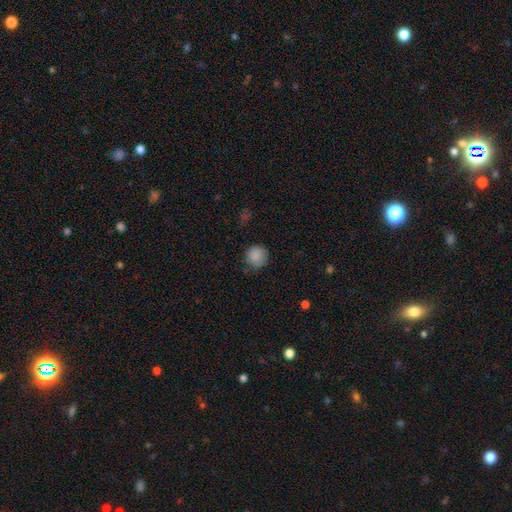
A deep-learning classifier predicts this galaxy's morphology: A smooth galaxy with no disk features (87%) that is round (93%). Merging: none (79%).